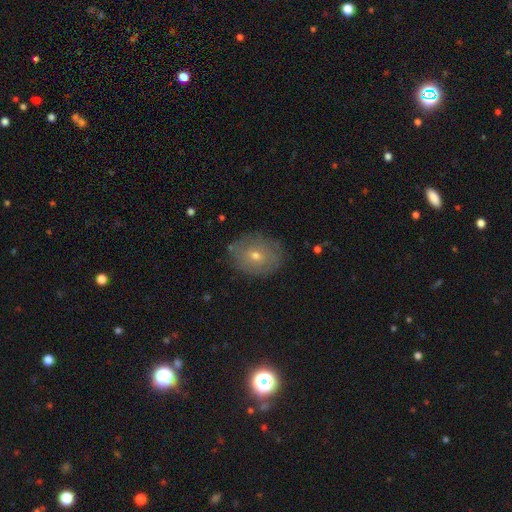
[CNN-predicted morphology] Smooth or featured? Predicted: smooth (p=0.52). How rounded? Predicted: round (p=0.53). Merging? Predicted: none (p=0.81).